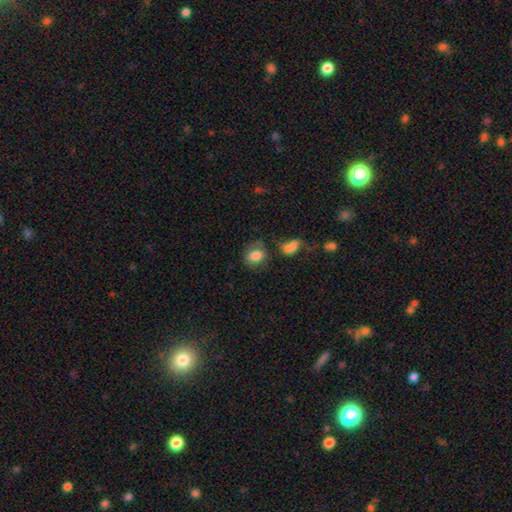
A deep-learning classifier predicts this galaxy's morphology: This is clearly a smooth galaxy (82%). How rounded: possibly in between (58%). Merging: likely none (63%).